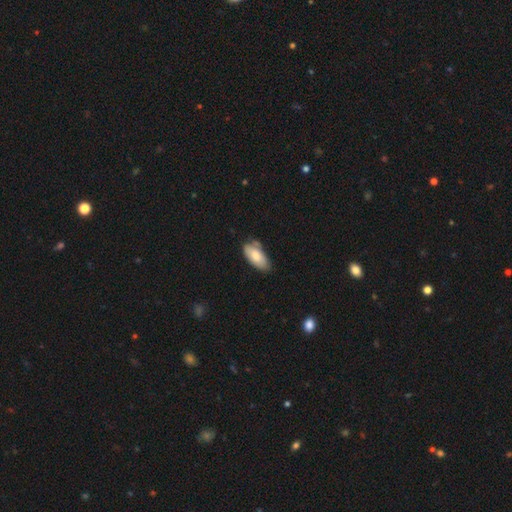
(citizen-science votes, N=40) Smooth or featured?
  - smooth: 52% *
  - featured or disk: 35%
  - star or artifact: 12%
How rounded?
  - in between: 95% *
  - cigar-shaped: 5%
  - round: 0%
Merging?
  - none: 49% *
  - minor disturbance: 37%
  - merger: 11%
  - major disturbance: 3%